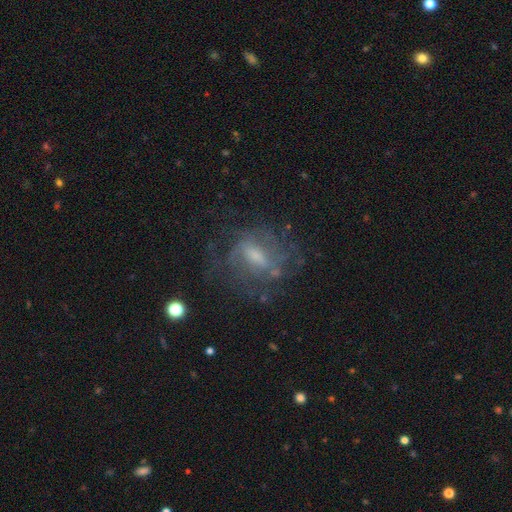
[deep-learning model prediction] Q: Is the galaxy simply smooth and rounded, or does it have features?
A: featured or disk — 68%.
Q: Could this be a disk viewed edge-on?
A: no — 93%.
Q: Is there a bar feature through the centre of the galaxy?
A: weak — 49%.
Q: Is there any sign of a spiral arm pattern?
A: yes — 69%.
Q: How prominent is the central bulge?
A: small — 41%.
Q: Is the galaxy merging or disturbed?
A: none — 57%.